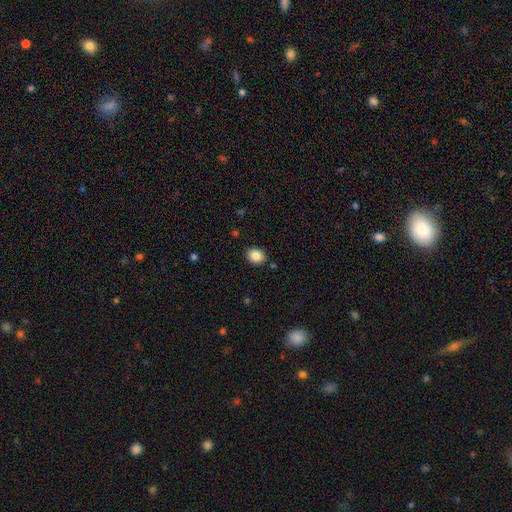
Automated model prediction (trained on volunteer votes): Overall: smooth (86%). How rounded: round (57%; in between 42%). Merging: none (88%).